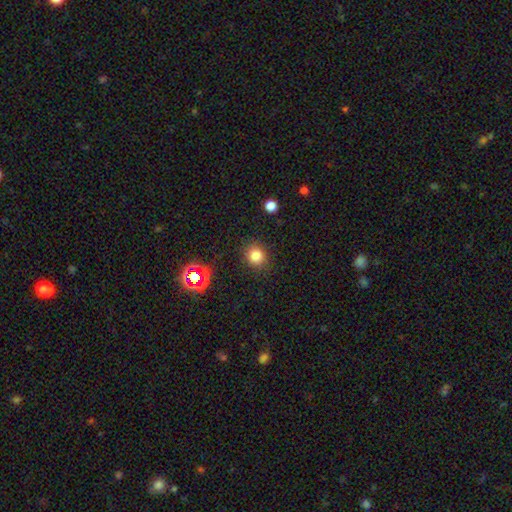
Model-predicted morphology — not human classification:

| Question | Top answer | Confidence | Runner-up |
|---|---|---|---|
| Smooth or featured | smooth | 79% | star or artifact (15%) |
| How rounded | round | 84% | in between (16%) |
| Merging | none | 86% | minor disturbance (9%) |